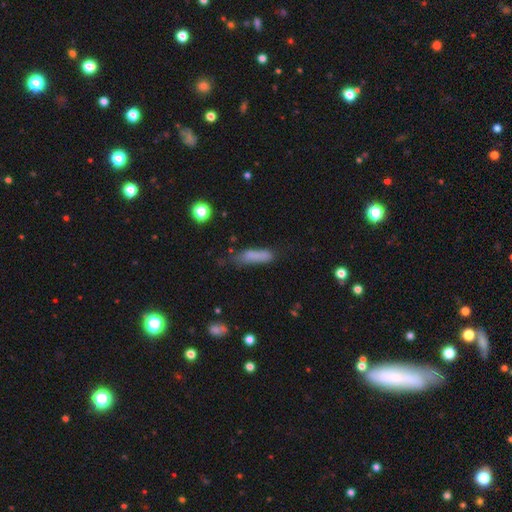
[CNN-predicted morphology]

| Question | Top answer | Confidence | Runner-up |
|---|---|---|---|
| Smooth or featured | smooth | 77% | featured or disk (13%) |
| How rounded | cigar-shaped | 67% | in between (31%) |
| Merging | none | 54% | minor disturbance (29%) |